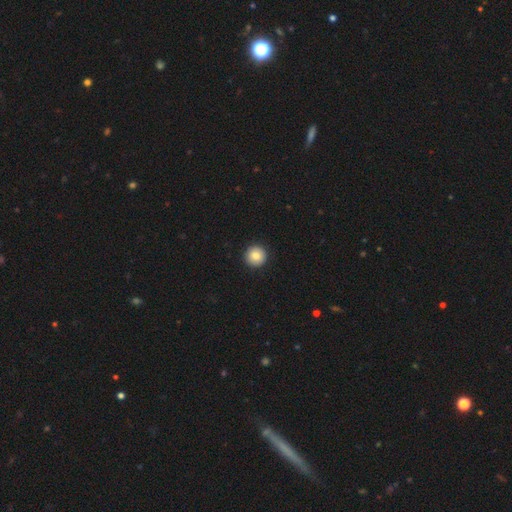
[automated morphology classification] Smooth or featured?
  - smooth: 84% *
  - star or artifact: 8%
  - featured or disk: 7%
How rounded?
  - round: 96% *
  - in between: 3%
  - cigar-shaped: 1%
Merging?
  - none: 93% *
  - minor disturbance: 4%
  - major disturbance: 1%
  - merger: 1%